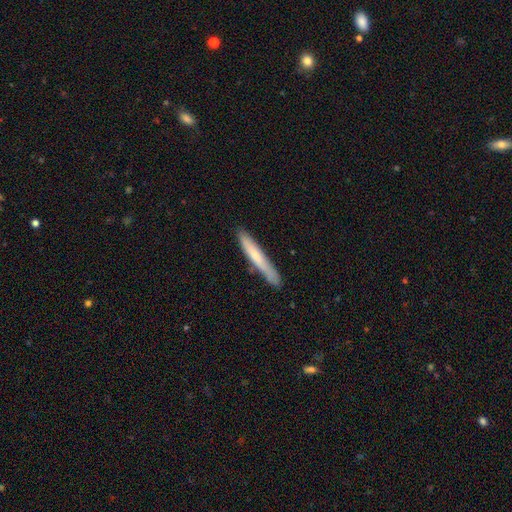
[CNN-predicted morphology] Q: Smooth or featured?
A: smooth (63%); runner-up: featured or disk (31%)
Q: How rounded?
A: cigar-shaped (95%); runner-up: in between (4%)
Q: Merging?
A: none (81%); runner-up: minor disturbance (14%)